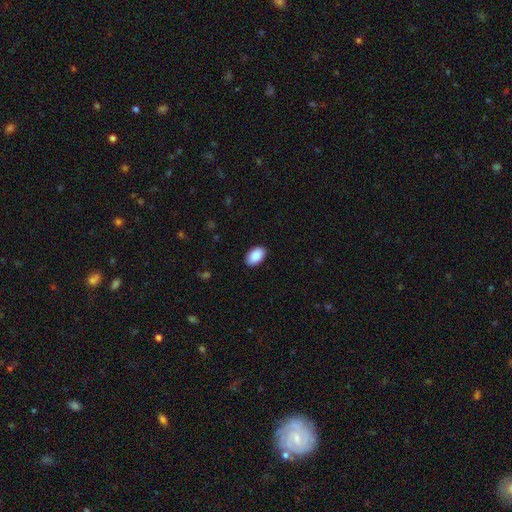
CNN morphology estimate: The model was most divided on "merging": none: 89%, minor disturbance: 8%, major disturbance: 2%, merger: 1%. More confident: how rounded — in between (94%); smooth or featured — smooth (91%).